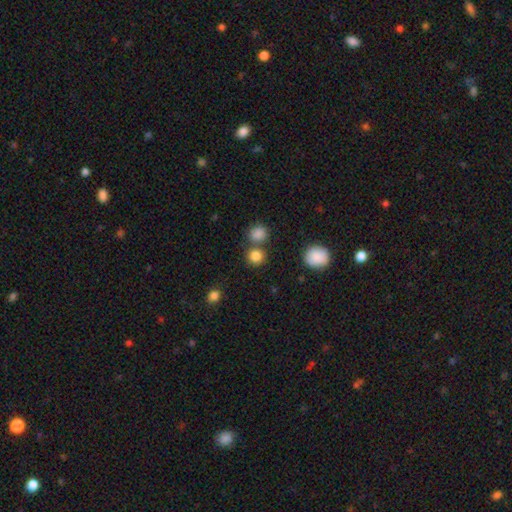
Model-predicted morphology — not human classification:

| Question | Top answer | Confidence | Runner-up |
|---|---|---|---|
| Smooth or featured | smooth | 84% | star or artifact (11%) |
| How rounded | round | 87% | in between (12%) |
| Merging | none | 66% | merger (23%) |